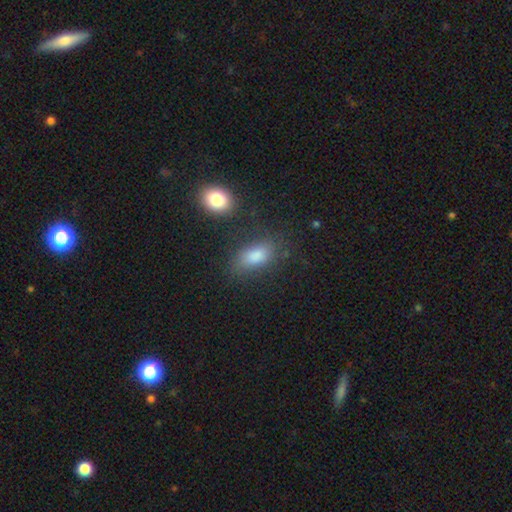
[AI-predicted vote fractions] This is clearly a smooth galaxy (82%). How rounded: clearly in between (87%). Merging: likely none (70%).